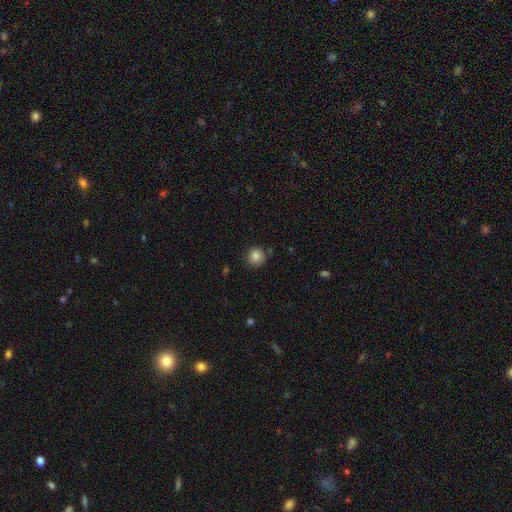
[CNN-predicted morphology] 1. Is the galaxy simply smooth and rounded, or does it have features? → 84% smooth, 9% star or artifact, 7% featured or disk.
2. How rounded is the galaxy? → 91% round, 8% in between, 1% cigar-shaped.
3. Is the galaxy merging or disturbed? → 81% none, 13% minor disturbance, 3% major disturbance, 3% merger.